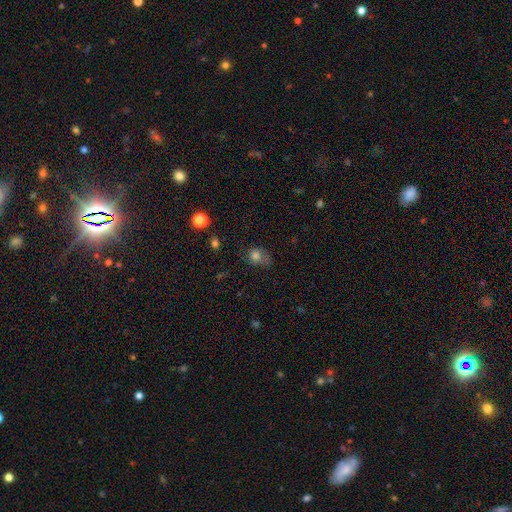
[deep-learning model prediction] smooth-or-featured: smooth: 78% | star or artifact: 13% | featured or disk: 9%
  how-rounded: round: 62% | in between: 37% | cigar-shaped: 1%
  merging: none: 42% | minor disturbance: 34% | major disturbance: 20% | merger: 5%